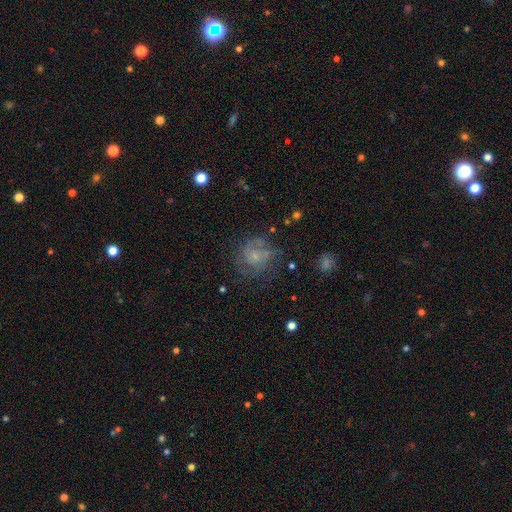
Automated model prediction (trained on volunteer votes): smooth-or-featured: featured or disk: 57% | smooth: 31% | star or artifact: 12%
  disk-edge-on: no: 98% | yes: 2%
    bar: no: 78% | weak: 19% | strong: 3%
    has-spiral-arms: yes: 72% | no: 28%
    bulge-size: small: 61% | moderate: 22% | none: 13% | large: 3% | dominant: 1%
  merging: none: 57% | minor disturbance: 21% | major disturbance: 19% | merger: 3%